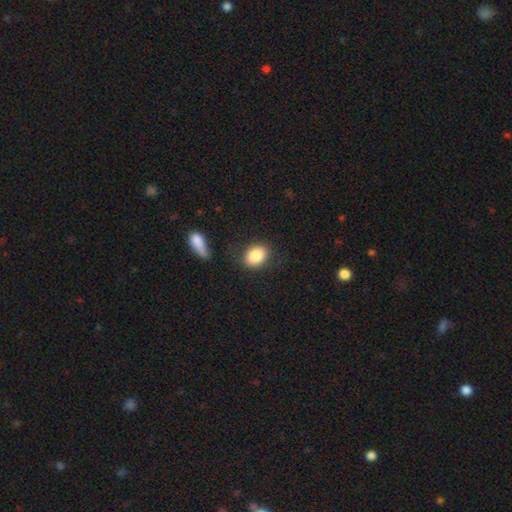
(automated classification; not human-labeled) A smooth galaxy with no disk features (86%) that is in between round and cigar-shaped (62%).

Vote fractions:
- Smooth or featured? smooth: 86% / star or artifact: 8% / featured or disk: 7%
- How rounded? in between: 62% / round: 37% / cigar-shaped: 1%
- Merging? none: 80% / minor disturbance: 12% / merger: 5% / major disturbance: 4%